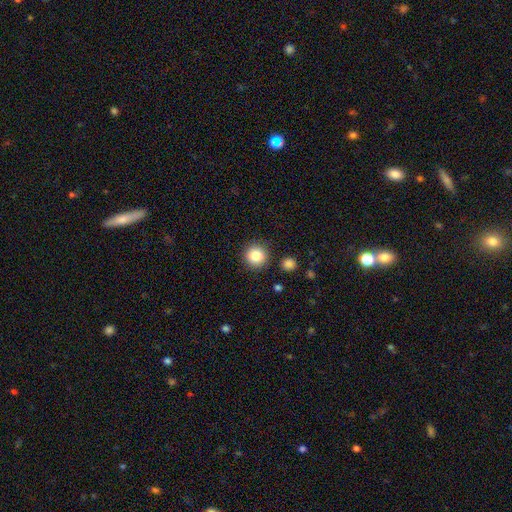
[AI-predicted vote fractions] Q: Smooth or featured?
A: smooth (85%); runner-up: star or artifact (10%)
Q: How rounded?
A: round (94%); runner-up: in between (5%)
Q: Merging?
A: none (89%); runner-up: minor disturbance (7%)